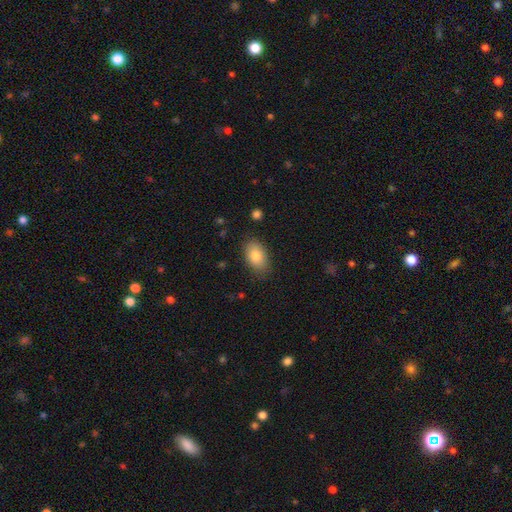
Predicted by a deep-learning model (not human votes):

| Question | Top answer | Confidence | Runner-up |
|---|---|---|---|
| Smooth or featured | smooth | 82% | featured or disk (11%) |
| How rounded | in between | 90% | round (9%) |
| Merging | none | 81% | minor disturbance (15%) |